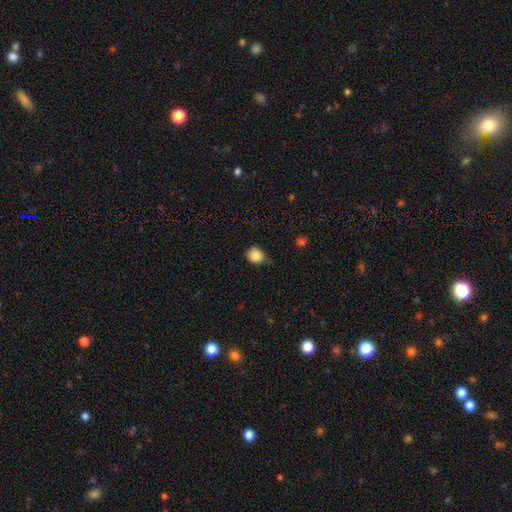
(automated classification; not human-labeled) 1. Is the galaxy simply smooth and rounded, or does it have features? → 84% smooth, 10% star or artifact, 6% featured or disk.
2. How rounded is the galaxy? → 77% round, 22% in between, 1% cigar-shaped.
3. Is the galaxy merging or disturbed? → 61% none, 31% minor disturbance, 5% major disturbance, 3% merger.